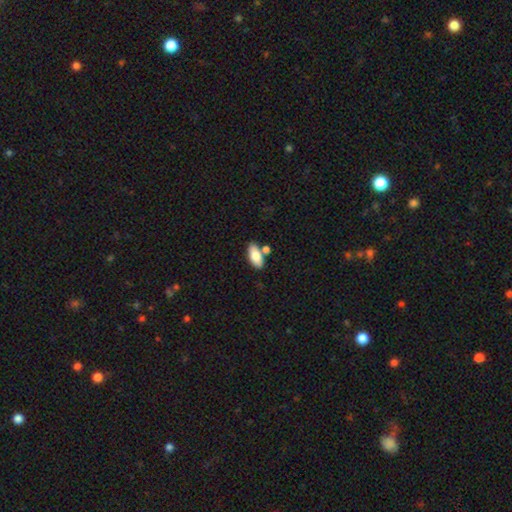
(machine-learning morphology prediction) Smooth or featured: smooth — 83% (featured or disk — 10%)
How rounded: in between — 88% (cigar-shaped — 9%)
Merging: none — 67% (merger — 17%)